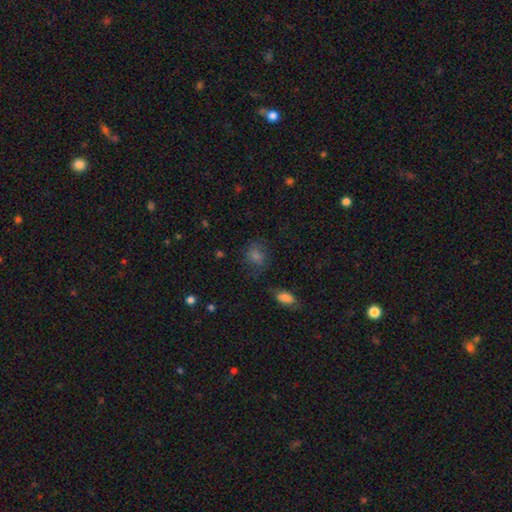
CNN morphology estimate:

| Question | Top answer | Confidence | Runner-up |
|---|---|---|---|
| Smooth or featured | smooth | 60% | star or artifact (26%) |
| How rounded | round | 54% | in between (44%) |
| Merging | none | 67% | minor disturbance (20%) |